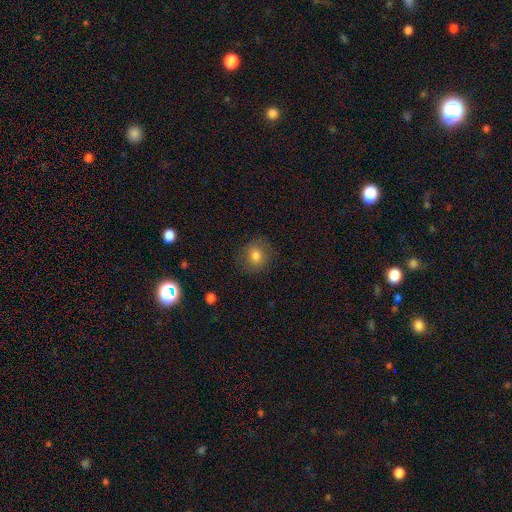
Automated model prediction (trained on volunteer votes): This is likely a smooth galaxy (77%). How rounded: likely round (68%). Merging: clearly none (82%).